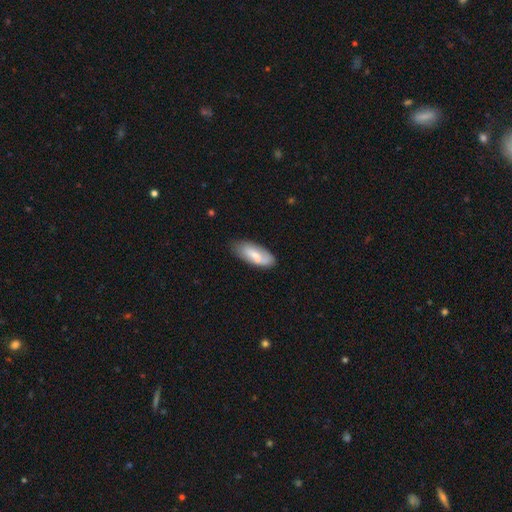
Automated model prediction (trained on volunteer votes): This is likely a smooth galaxy (64%). How rounded: clearly in between (81%). Merging: likely none (67%).